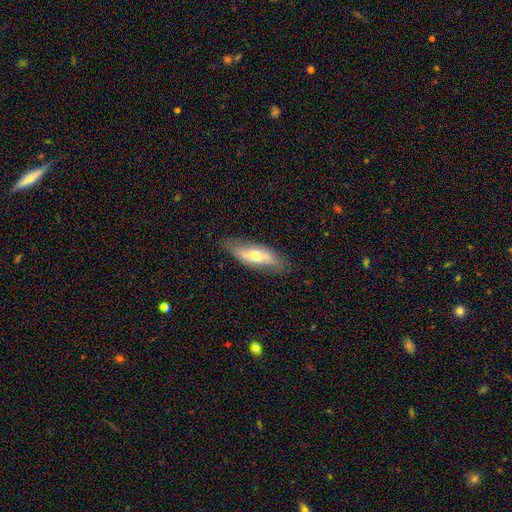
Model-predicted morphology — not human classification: smooth 47%, featured or disk 46%, star or artifact 6%. Down the decision tree: merging — none (80%).